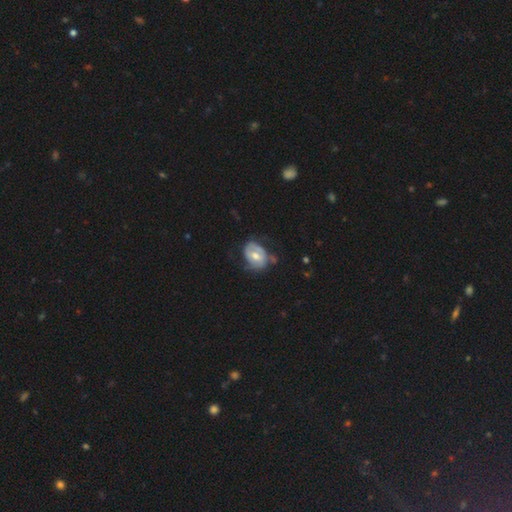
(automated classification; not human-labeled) The model was most divided on "bar": no: 44%, weak: 39%, strong: 17%. Remaining: edge-on disk — no (96%); bulge size — moderate (72%); spiral arms — yes (59%); smooth or featured — featured or disk (58%); merging — none (44%).